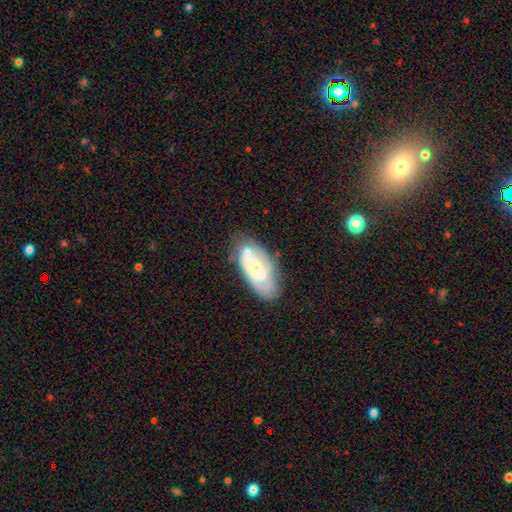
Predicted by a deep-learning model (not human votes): A featured or disk galaxy (61%) with no bar (74%), spiral arms (62%) and a small central bulge (49%). Merging: none (52%).